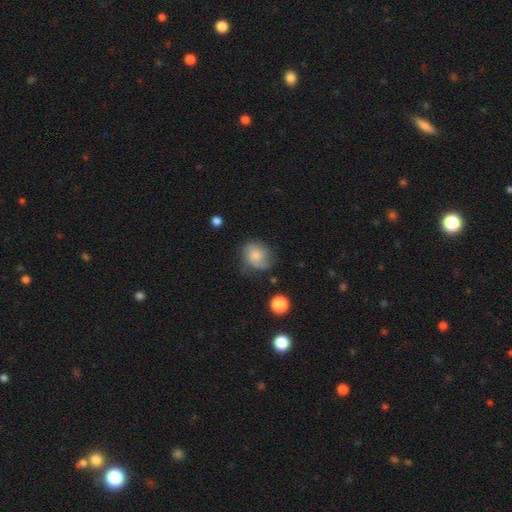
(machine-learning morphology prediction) Q: Smooth or featured?
A: smooth (58%); runner-up: featured or disk (33%)
Q: How rounded?
A: round (67%); runner-up: in between (32%)
Q: Merging?
A: none (57%); runner-up: minor disturbance (28%)